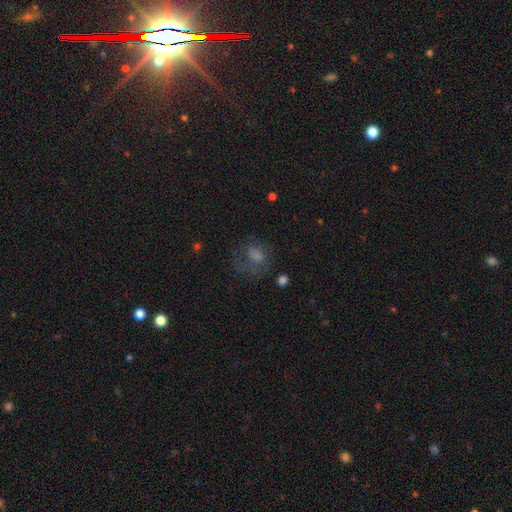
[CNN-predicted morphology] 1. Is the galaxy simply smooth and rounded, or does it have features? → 42% smooth, 34% featured or disk, 24% star or artifact.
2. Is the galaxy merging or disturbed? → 49% none, 30% major disturbance, 19% minor disturbance, 2% merger.